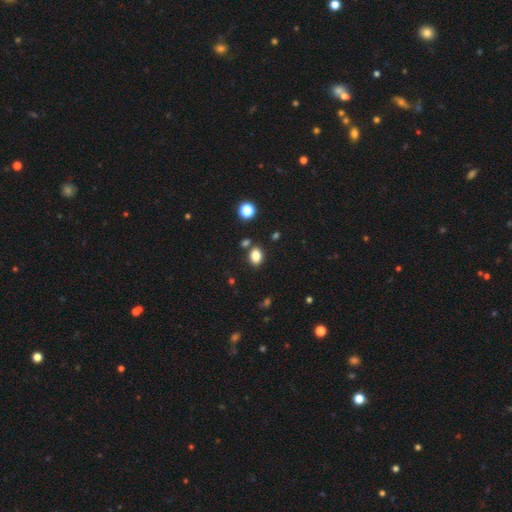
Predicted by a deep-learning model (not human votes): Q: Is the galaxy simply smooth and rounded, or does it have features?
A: smooth — 83%.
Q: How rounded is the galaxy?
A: in between — 72%.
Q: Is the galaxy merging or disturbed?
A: none — 78%.